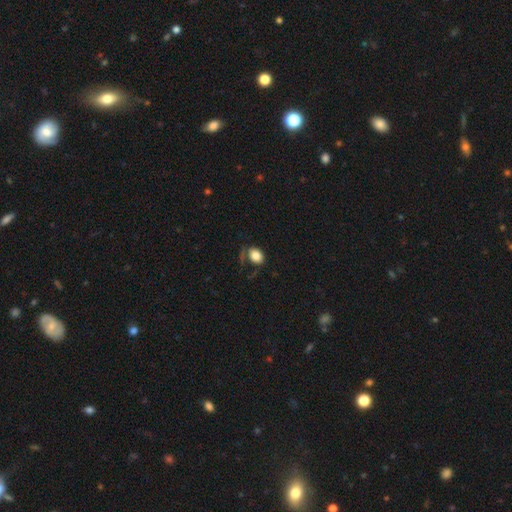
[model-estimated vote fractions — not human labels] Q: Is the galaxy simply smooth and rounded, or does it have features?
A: smooth — 82%.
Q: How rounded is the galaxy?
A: in between — 71%.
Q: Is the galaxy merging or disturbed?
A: none — 59%.